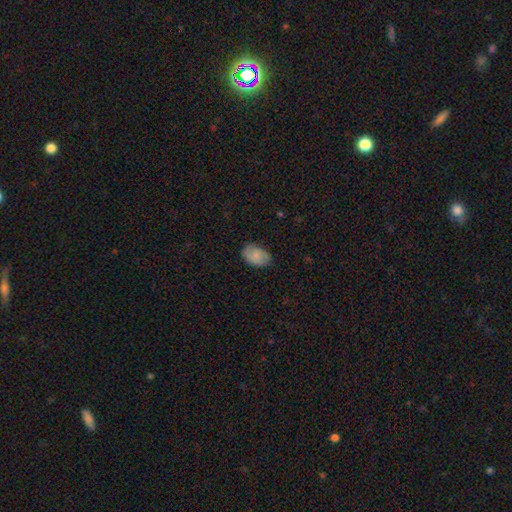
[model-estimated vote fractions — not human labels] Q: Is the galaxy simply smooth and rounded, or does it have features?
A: smooth — 78%.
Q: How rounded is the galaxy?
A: in between — 88%.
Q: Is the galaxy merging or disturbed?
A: none — 75%.